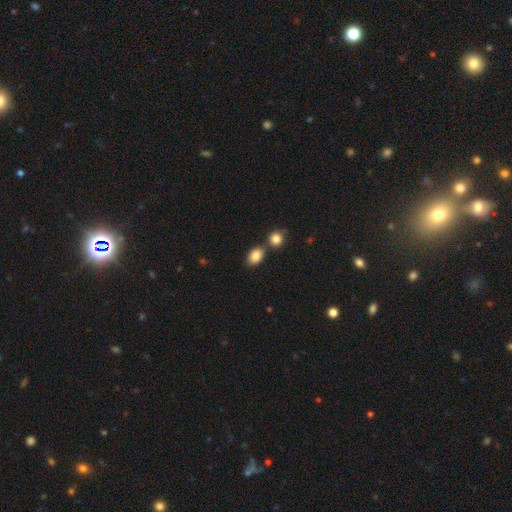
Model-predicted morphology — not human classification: A smooth galaxy with no disk features (86%) that is in between round and cigar-shaped (78%). Merging: none (65%).